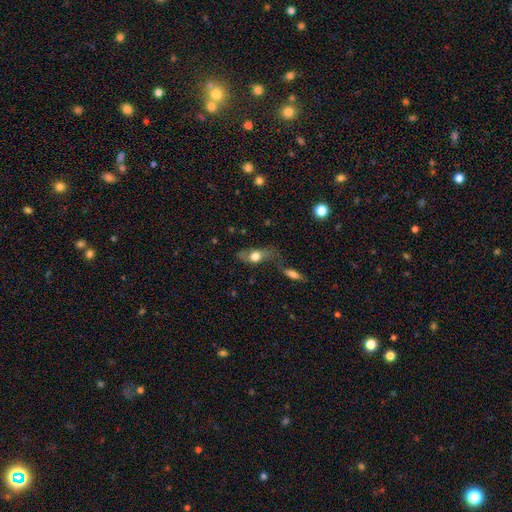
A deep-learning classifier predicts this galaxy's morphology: A smooth galaxy with no disk features (65%) that is in between round and cigar-shaped (73%).

Vote fractions:
- Smooth or featured? smooth: 65% / featured or disk: 26% / star or artifact: 8%
- How rounded? in between: 73% / round: 15% / cigar-shaped: 12%
- Merging? none: 41% / minor disturbance: 23% / major disturbance: 20% / merger: 16%